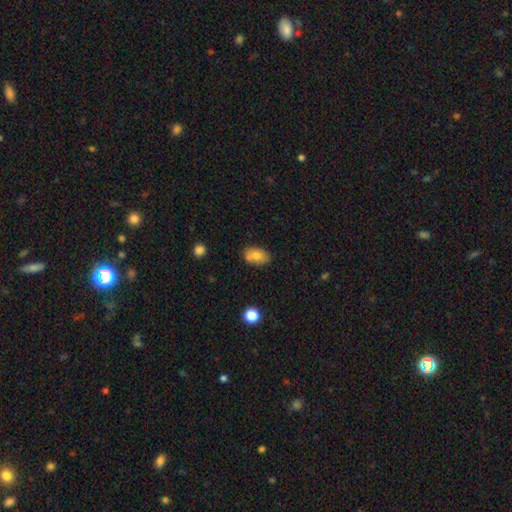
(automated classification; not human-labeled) Overall: smooth (74%). How rounded: in between (86%). Merging: none (65%).